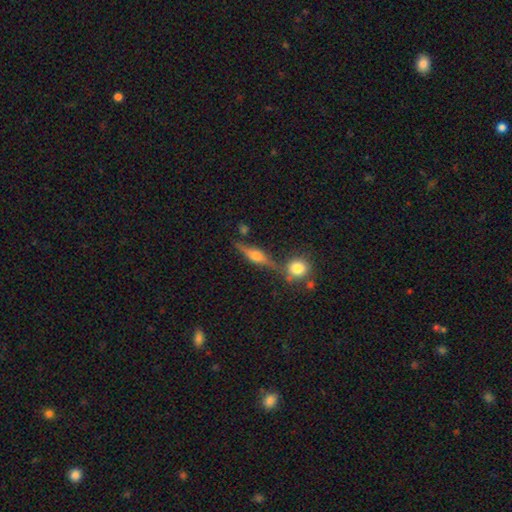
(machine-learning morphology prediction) This appears to be a featured or disk galaxy (74%) viewed edge-on (95%) with a rounded central bulge (92%). Merging: none (78%).